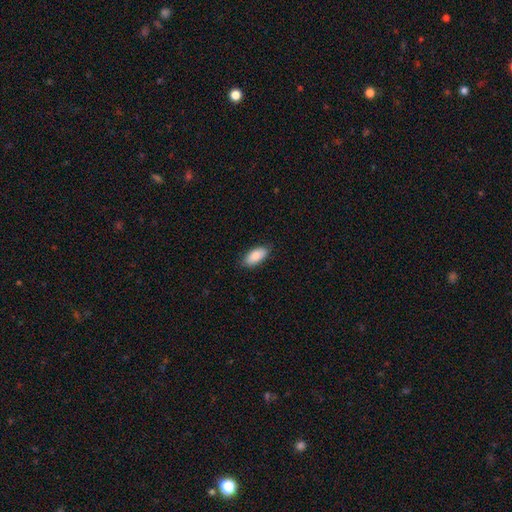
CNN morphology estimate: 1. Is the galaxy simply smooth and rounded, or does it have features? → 87% smooth, 7% featured or disk, 6% star or artifact.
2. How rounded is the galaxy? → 90% in between, 8% cigar-shaped, 2% round.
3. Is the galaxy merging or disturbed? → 86% none, 11% minor disturbance, 2% major disturbance, 1% merger.